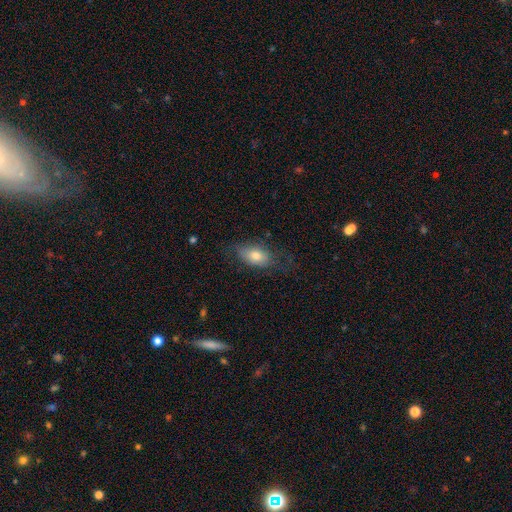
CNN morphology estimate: The model was most divided on "merging": none: 58%, minor disturbance: 25%, major disturbance: 15%, merger: 2%. More confident: how rounded — in between (87%); smooth or featured — smooth (72%).